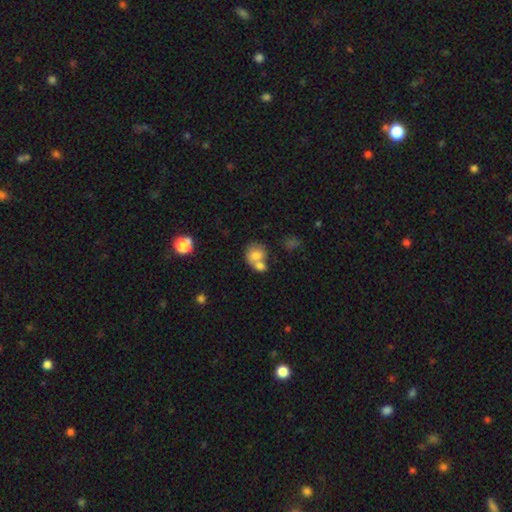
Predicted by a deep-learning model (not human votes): Smooth or featured? smooth (75%)
How rounded? round (64%)
Merging? merger (55%)